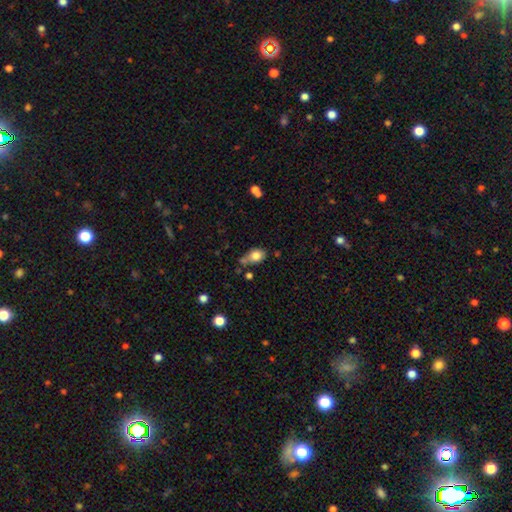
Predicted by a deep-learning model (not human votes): A smooth galaxy with no disk features (80%) that is in between round and cigar-shaped (65%). Merging: none (46%).